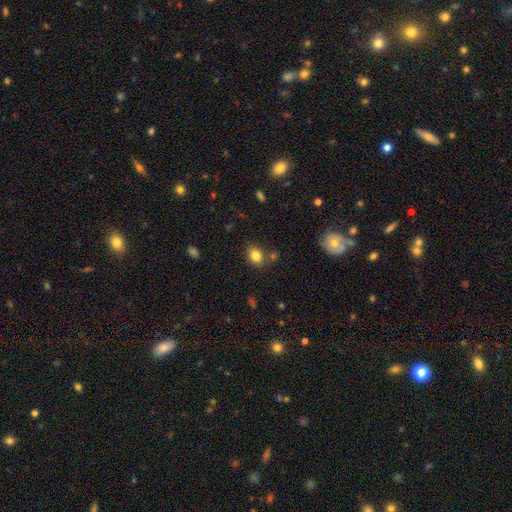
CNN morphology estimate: This is clearly a smooth galaxy (83%). How rounded: likely in between (63%). Merging: likely none (77%).